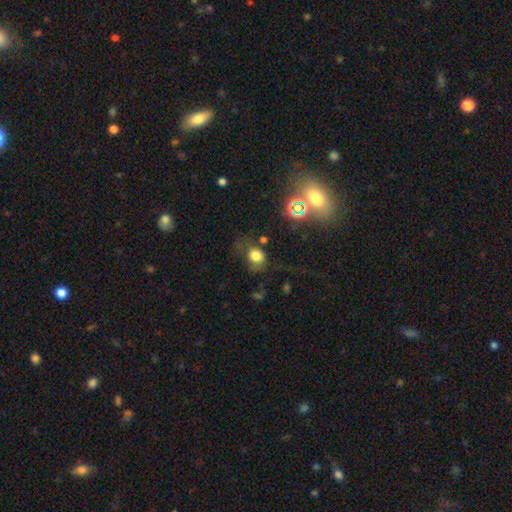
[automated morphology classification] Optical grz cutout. It shows a smooth galaxy with no disk features (73%) that is round (60%). Merging: none (53%).